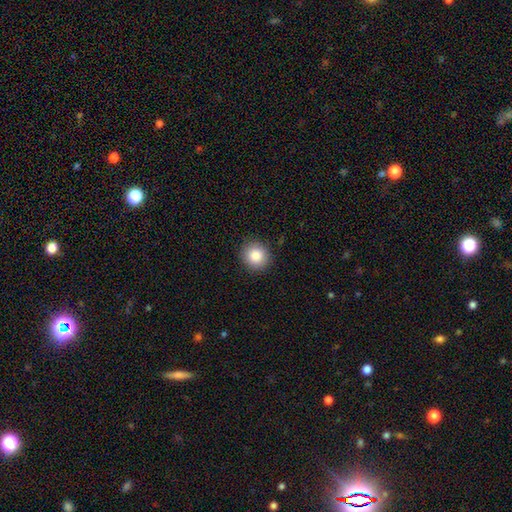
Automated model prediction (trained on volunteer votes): smooth 86%, star or artifact 9%, featured or disk 5%. Down the decision tree: how rounded — round (91%); merging — none (90%).